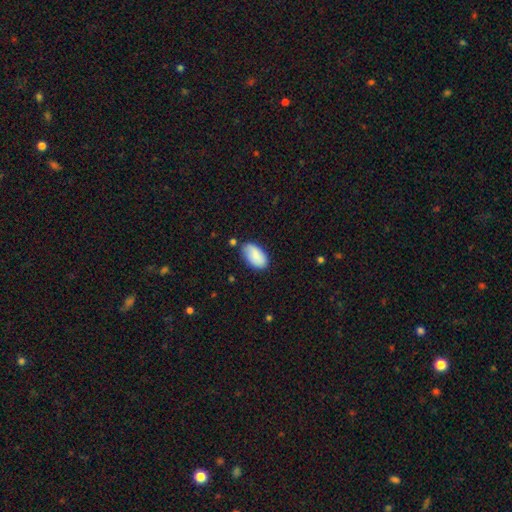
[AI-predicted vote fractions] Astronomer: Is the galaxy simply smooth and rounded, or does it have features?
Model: smooth — 83%.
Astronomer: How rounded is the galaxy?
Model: in between — 95%.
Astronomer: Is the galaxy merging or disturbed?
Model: none — 74%.